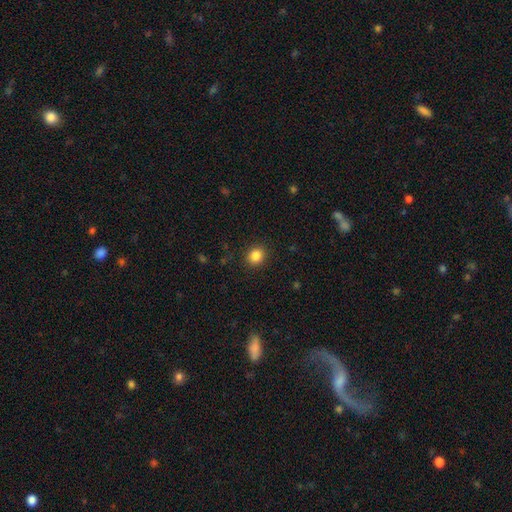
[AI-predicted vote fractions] smooth 85%, star or artifact 11%, featured or disk 4%. Down the decision tree: how rounded — round (76%); merging — none (90%).